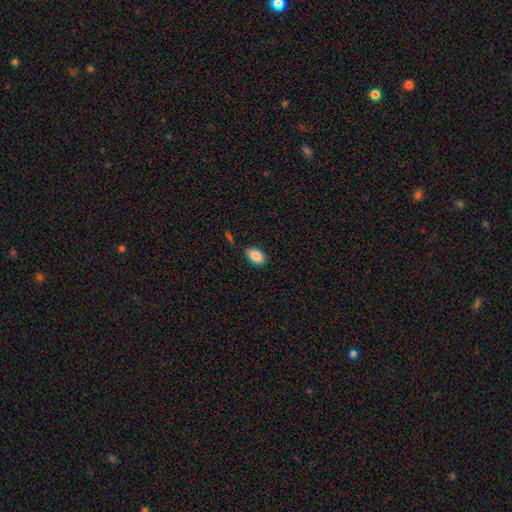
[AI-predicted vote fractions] The model was most divided on "merging": none: 85%, minor disturbance: 11%, major disturbance: 2%, merger: 2%. More confident: how rounded — in between (89%); smooth or featured — smooth (87%).